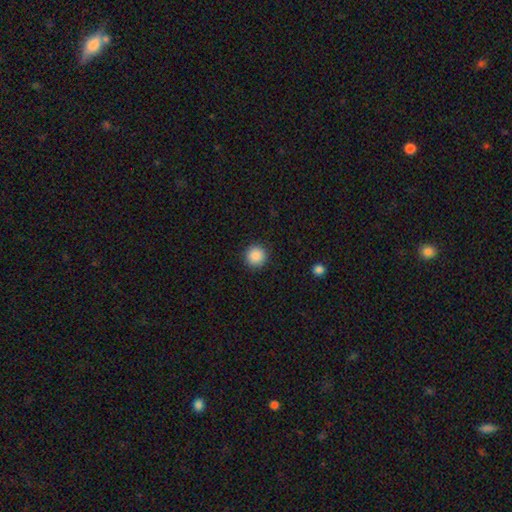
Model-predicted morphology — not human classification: Smooth or featured? Predicted: smooth (p=0.88). How rounded? Predicted: round (p=0.95). Merging? Predicted: none (p=0.92).